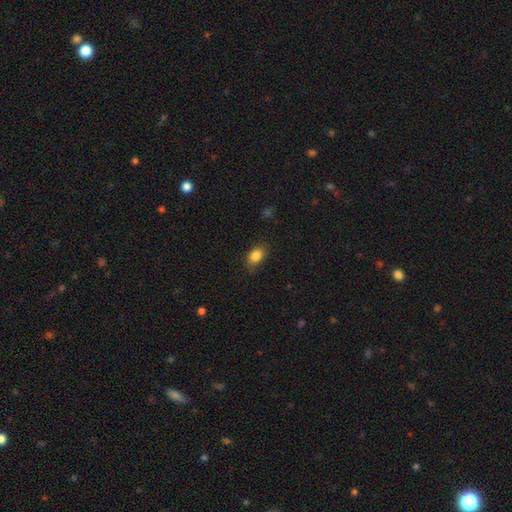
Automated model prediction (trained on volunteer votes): Morphology: type=smooth (85%); roundness=in between (82%); merging=none (81%).